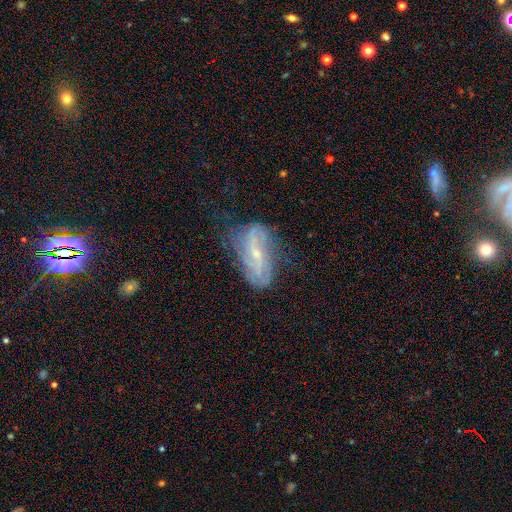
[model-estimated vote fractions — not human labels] Smooth or featured: featured or disk — 71% (smooth — 17%)
Edge-on disk: no — 91% (yes — 9%)
Bar: weak — 39% (no — 32%)
Spiral arms: yes — 85% (no — 15%)
Spiral winding: loose — 39% (medium — 37%)
Spiral arm count: 2 — 63% (can't tell — 22%)
Bulge size: small — 69% (moderate — 25%)
Merging: none — 59% (minor disturbance — 26%)